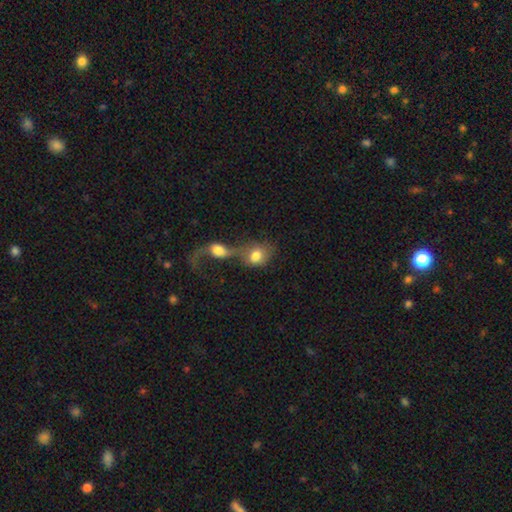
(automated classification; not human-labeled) smooth-or-featured: smooth: 72% | featured or disk: 20% | star or artifact: 8%
  how-rounded: in between: 52% | round: 46% | cigar-shaped: 2%
  merging: merger: 71% | none: 13% | major disturbance: 11% | minor disturbance: 5%